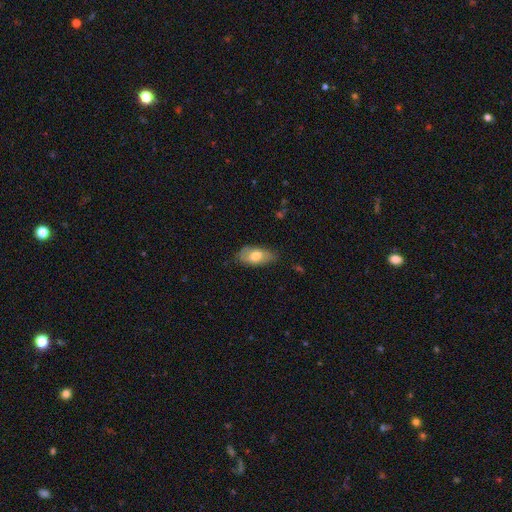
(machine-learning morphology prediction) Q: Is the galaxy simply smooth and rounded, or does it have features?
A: smooth — 69%.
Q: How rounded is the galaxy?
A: in between — 92%.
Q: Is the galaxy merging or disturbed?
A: none — 67%.